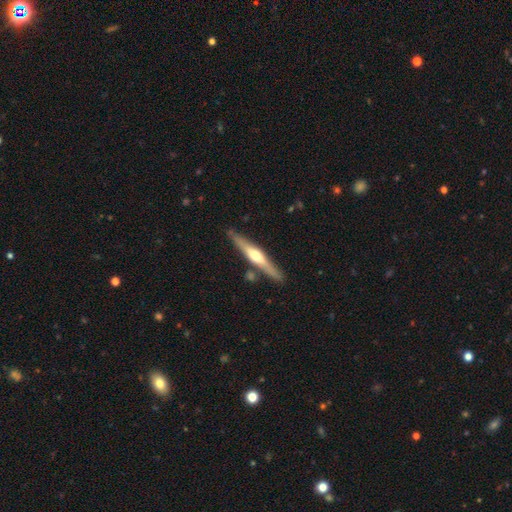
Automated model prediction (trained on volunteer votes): Q: Smooth or featured?
A: featured or disk (68%); runner-up: smooth (27%)
Q: Edge-on disk?
A: yes (96%); runner-up: no (4%)
Q: Edge-on bulge?
A: rounded (89%); runner-up: none (6%)
Q: Merging?
A: none (85%); runner-up: minor disturbance (10%)